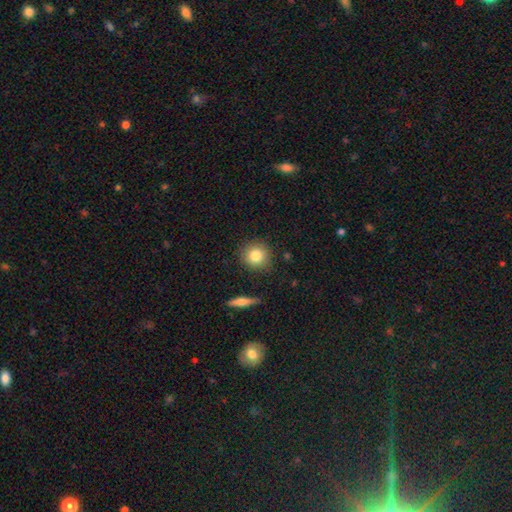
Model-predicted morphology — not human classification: smooth_or_featured: smooth (p=0.82) [alt: featured or disk p=0.10]
how_rounded: round (p=0.88) [alt: in between p=0.10]
merging: none (p=0.86) [alt: minor disturbance p=0.09]